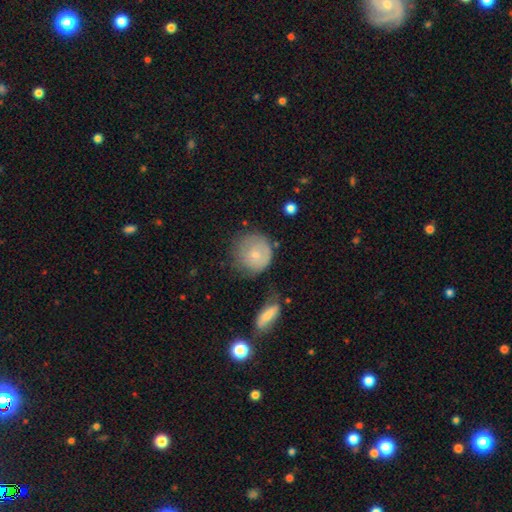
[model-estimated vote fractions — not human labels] This appears to be a smooth galaxy with no disk features (64%) that is round (85%). Merging: none (51%).